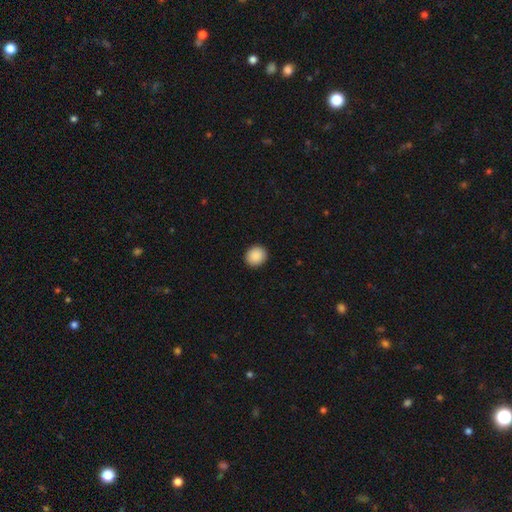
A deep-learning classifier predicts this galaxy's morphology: Smooth or featured? Predicted: smooth (p=0.90). How rounded? Predicted: round (p=0.77). Merging? Predicted: none (p=0.92).